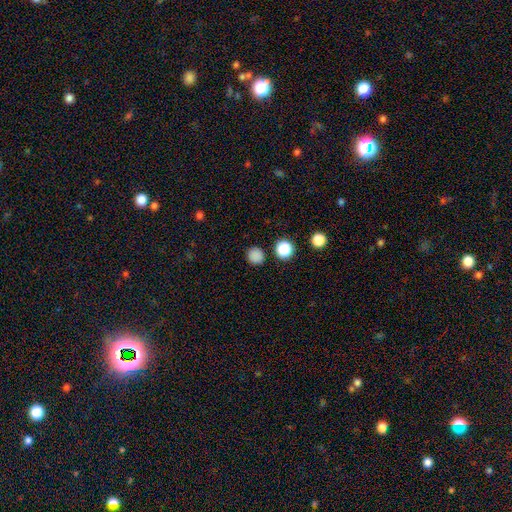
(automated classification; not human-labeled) Morphology: type=smooth (82%); roundness=round (92%); merging=none (89%).